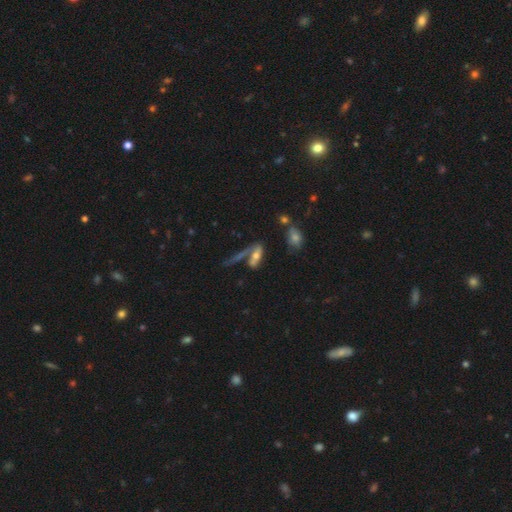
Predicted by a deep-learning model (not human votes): Smooth or featured? smooth (48%)
Merging? merger (34%)